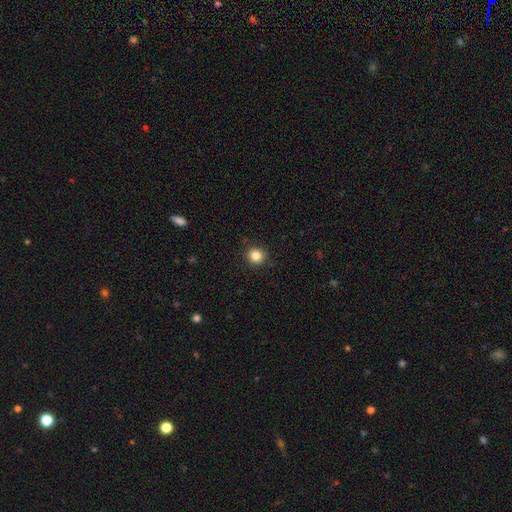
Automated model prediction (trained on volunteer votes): Morphology: type=smooth (84%); roundness=round (89%); merging=none (90%).